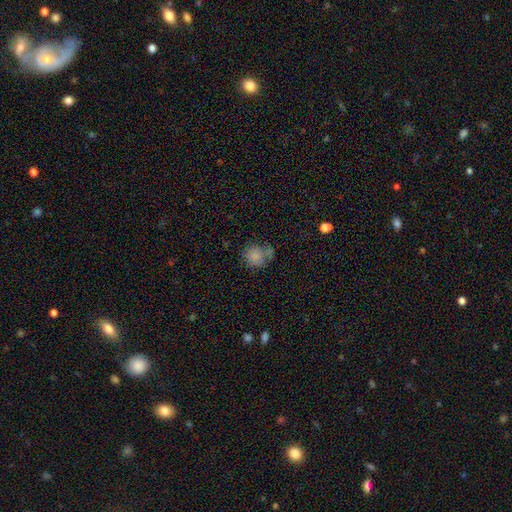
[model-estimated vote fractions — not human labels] smooth_or_featured: smooth (p=0.82) [alt: star or artifact p=0.11]
how_rounded: round (p=0.85) [alt: in between p=0.14]
merging: none (p=0.57) [alt: minor disturbance p=0.18]